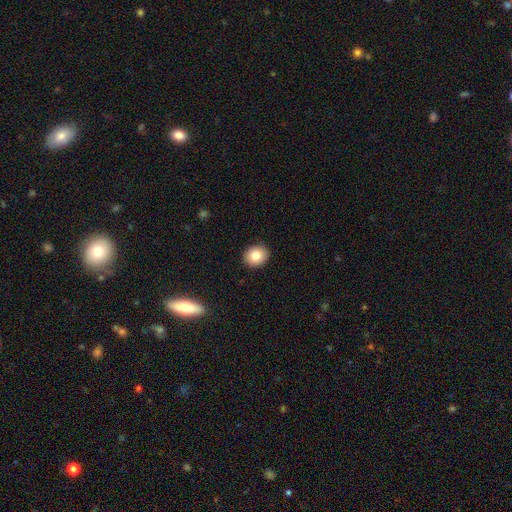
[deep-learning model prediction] Smooth or featured? Predicted: smooth (p=0.81). How rounded? Predicted: round (p=0.64). Merging? Predicted: none (p=0.90).